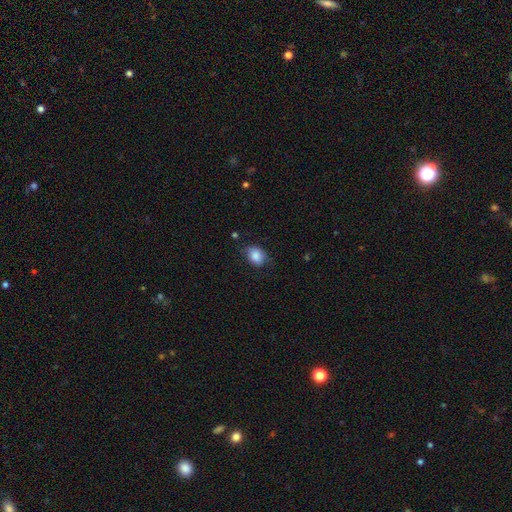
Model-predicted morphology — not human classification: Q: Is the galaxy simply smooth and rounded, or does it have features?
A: smooth — 85%.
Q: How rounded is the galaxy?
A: in between — 66%.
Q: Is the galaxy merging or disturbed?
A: none — 68%.